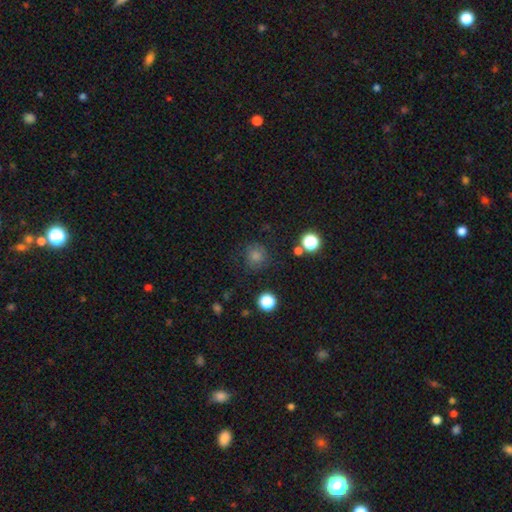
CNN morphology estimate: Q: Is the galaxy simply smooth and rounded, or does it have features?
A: smooth — 68%.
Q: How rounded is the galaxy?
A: round — 93%.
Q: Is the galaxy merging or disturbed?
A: none — 83%.